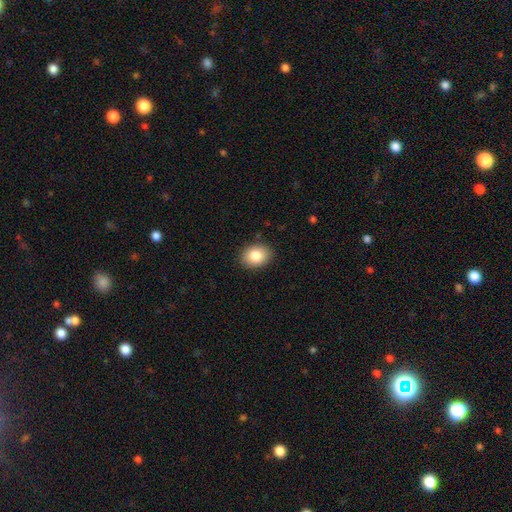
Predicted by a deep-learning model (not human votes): smooth_or_featured: smooth (p=0.84) [alt: star or artifact p=0.08]
how_rounded: in between (p=0.60) [alt: round p=0.39]
merging: none (p=0.89) [alt: minor disturbance p=0.08]